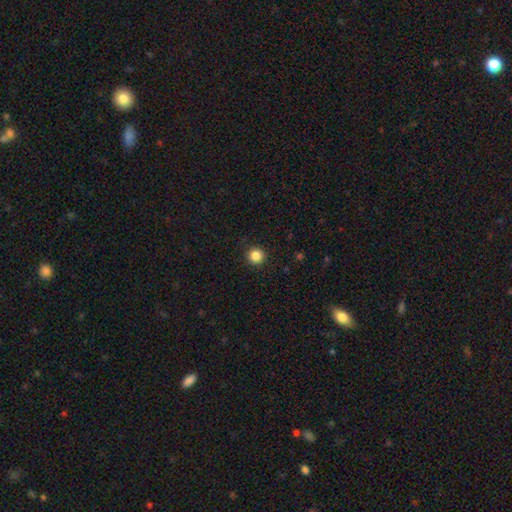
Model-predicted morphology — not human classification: Smooth or featured?
  - smooth: 86% *
  - star or artifact: 11%
  - featured or disk: 3%
How rounded?
  - round: 96% *
  - in between: 3%
  - cigar-shaped: 1%
Merging?
  - none: 92% *
  - minor disturbance: 5%
  - major disturbance: 2%
  - merger: 1%